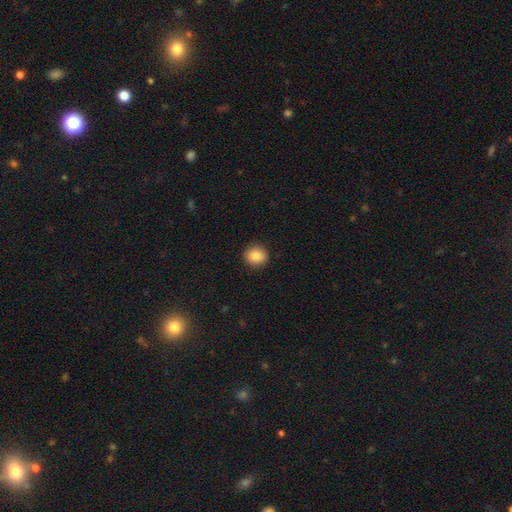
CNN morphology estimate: smooth_or_featured: smooth (p=0.86) [alt: star or artifact p=0.09]
how_rounded: round (p=0.87) [alt: in between p=0.12]
merging: none (p=0.92) [alt: minor disturbance p=0.05]